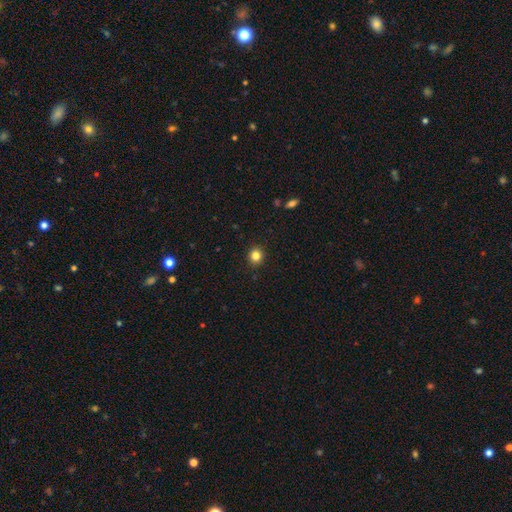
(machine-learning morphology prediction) Q: Smooth or featured?
A: smooth (83%); runner-up: star or artifact (12%)
Q: How rounded?
A: round (88%); runner-up: in between (11%)
Q: Merging?
A: none (91%); runner-up: minor disturbance (6%)